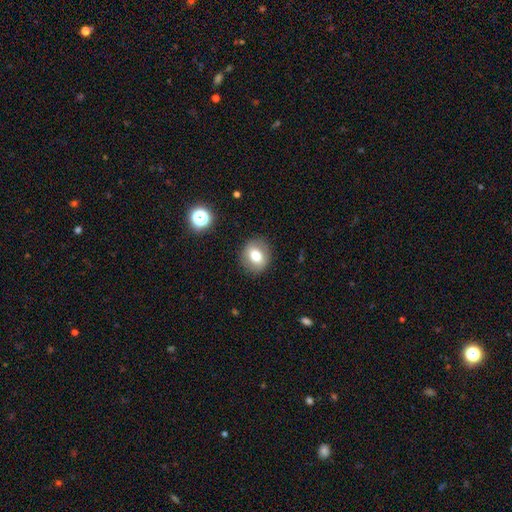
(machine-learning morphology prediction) Smooth or featured? smooth (72%)
How rounded? round (70%)
Merging? none (87%)